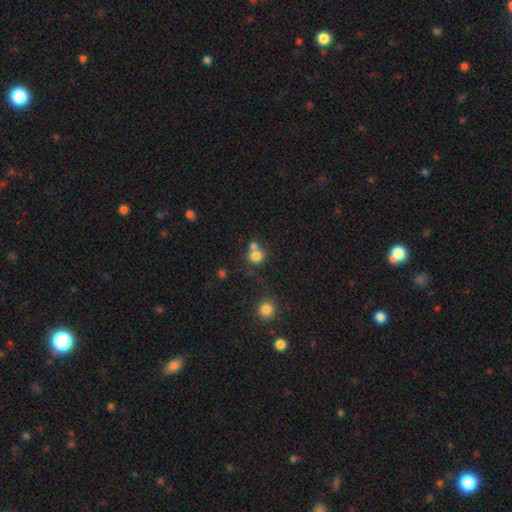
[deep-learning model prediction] smooth_or_featured: smooth (p=0.79) [alt: star or artifact p=0.13]
how_rounded: round (p=0.84) [alt: in between p=0.16]
merging: none (p=0.51) [alt: merger p=0.37]